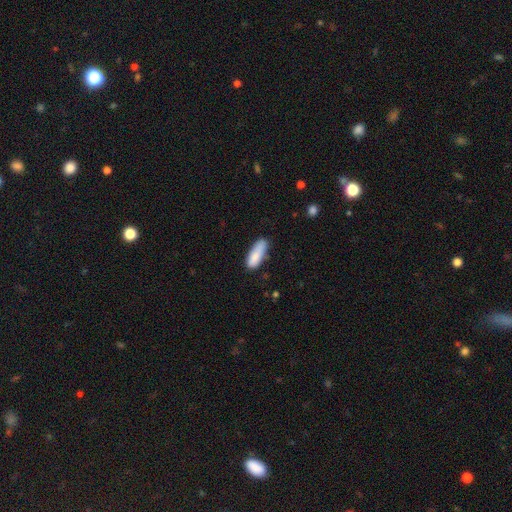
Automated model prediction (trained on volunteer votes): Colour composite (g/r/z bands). It shows a smooth galaxy with no disk features (84%) that is in between round and cigar-shaped (64%). Merging: none (66%).